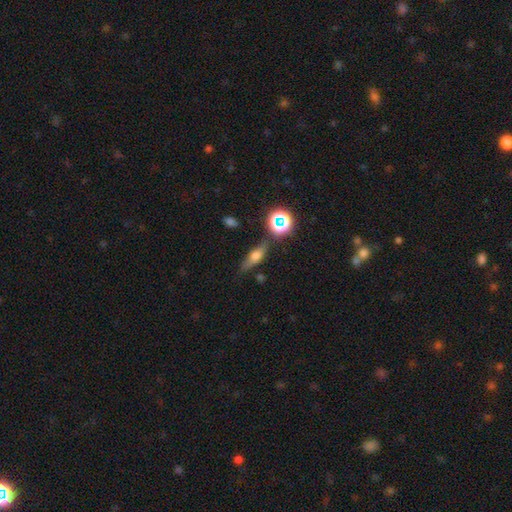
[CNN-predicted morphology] A smooth galaxy with no disk features (46%).

Vote fractions:
- Smooth or featured? smooth: 46% / featured or disk: 39% / star or artifact: 15%
- Merging? none: 75% / minor disturbance: 15% / merger: 5% / major disturbance: 5%